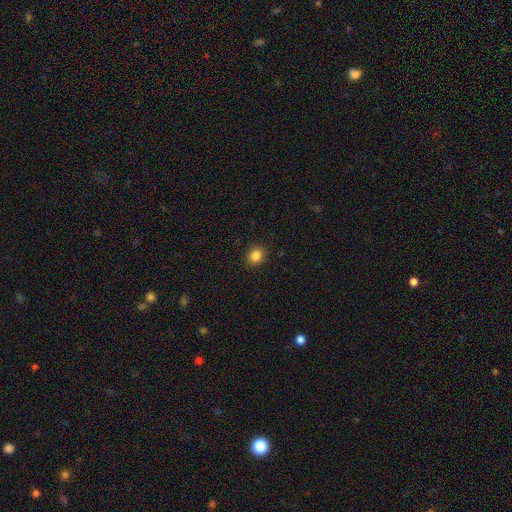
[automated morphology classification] Overall: smooth (84%). How rounded: round (76%). Merging: none (91%).